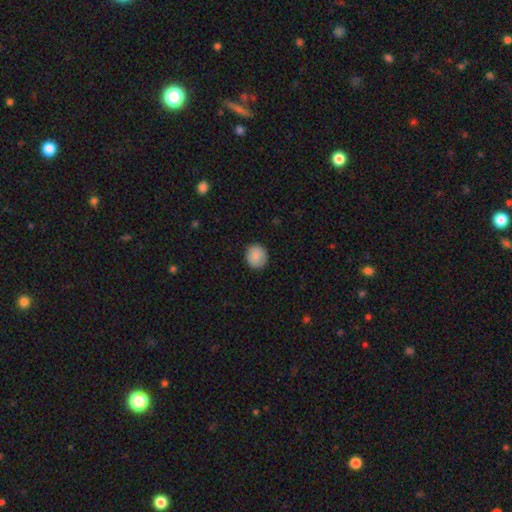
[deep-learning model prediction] smooth 88%, star or artifact 8%, featured or disk 4%. Down the decision tree: how rounded — round (83%); merging — none (89%).